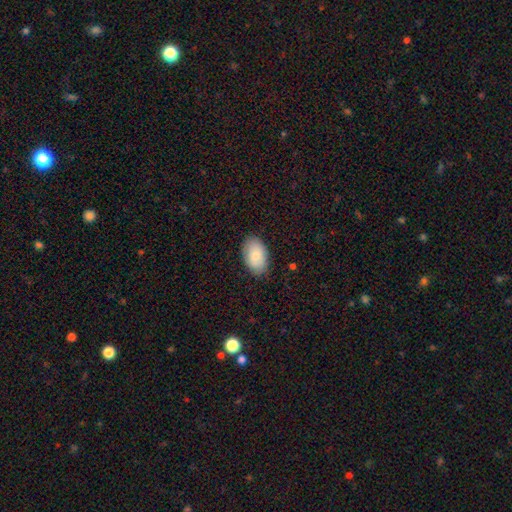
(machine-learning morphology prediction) Smooth or featured: smooth — 79% (featured or disk — 15%)
How rounded: in between — 93% (round — 6%)
Merging: none — 84% (minor disturbance — 13%)